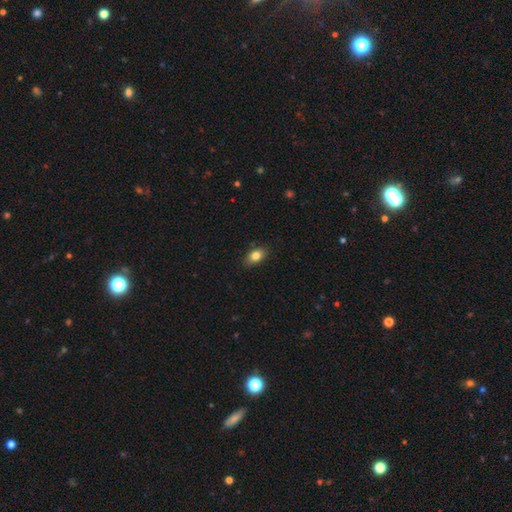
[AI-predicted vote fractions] smooth_or_featured: smooth (p=0.82) [alt: featured or disk p=0.09]
how_rounded: in between (p=0.84) [alt: round p=0.14]
merging: none (p=0.84) [alt: minor disturbance p=0.12]